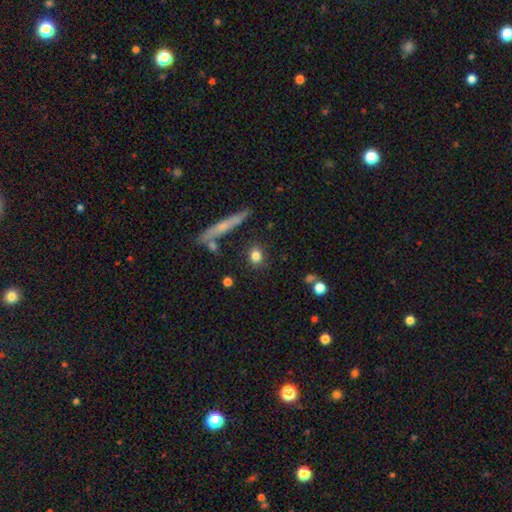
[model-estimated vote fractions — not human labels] This is clearly a smooth galaxy (80%). How rounded: likely round (71%). Merging: clearly none (83%).